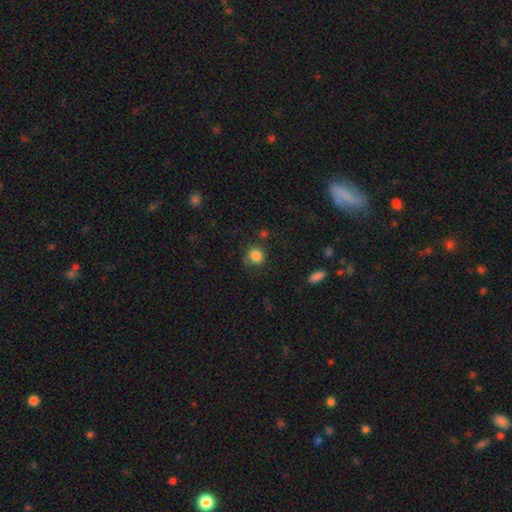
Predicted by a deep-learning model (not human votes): The model was most divided on "merging": none: 75%, minor disturbance: 16%, major disturbance: 5%, merger: 4%. More confident: smooth or featured — smooth (85%); how rounded — round (82%).